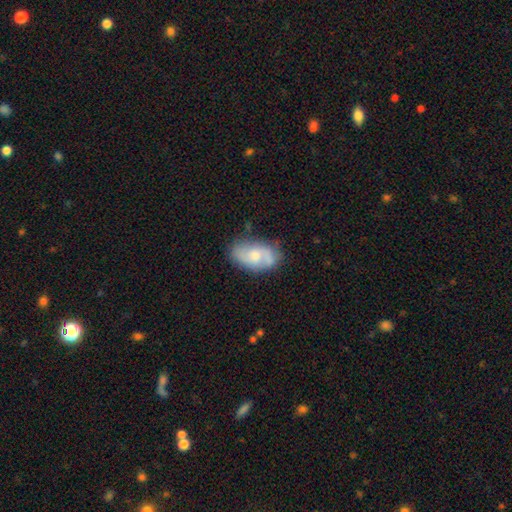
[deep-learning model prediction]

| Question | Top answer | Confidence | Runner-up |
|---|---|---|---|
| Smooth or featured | featured or disk | 53% | smooth (40%) |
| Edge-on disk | no | 95% | yes (5%) |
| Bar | no | 62% | weak (33%) |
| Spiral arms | yes | 81% | no (19%) |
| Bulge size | moderate | 56% | small (31%) |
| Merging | none | 68% | minor disturbance (22%) |